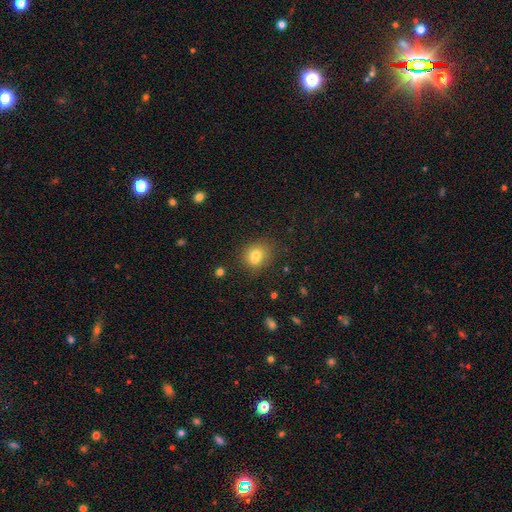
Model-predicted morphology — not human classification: Smooth or featured?
  - smooth: 73% *
  - featured or disk: 15%
  - star or artifact: 13%
How rounded?
  - round: 68% *
  - in between: 31%
  - cigar-shaped: 1%
Merging?
  - none: 50% *
  - merger: 32%
  - minor disturbance: 13%
  - major disturbance: 4%